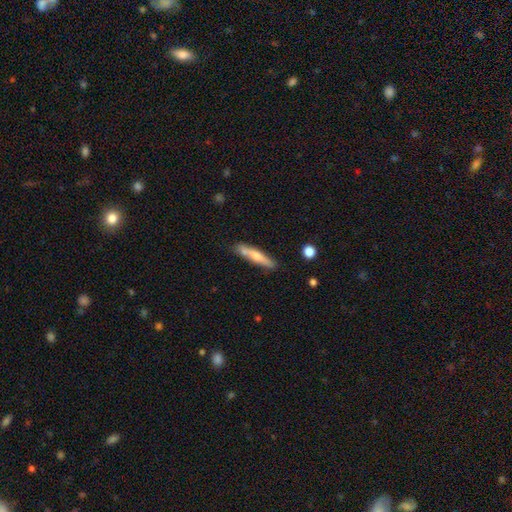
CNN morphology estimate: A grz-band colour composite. It shows a smooth galaxy with no disk features (57%) that is cigar-shaped (87%). Merging: none (75%).